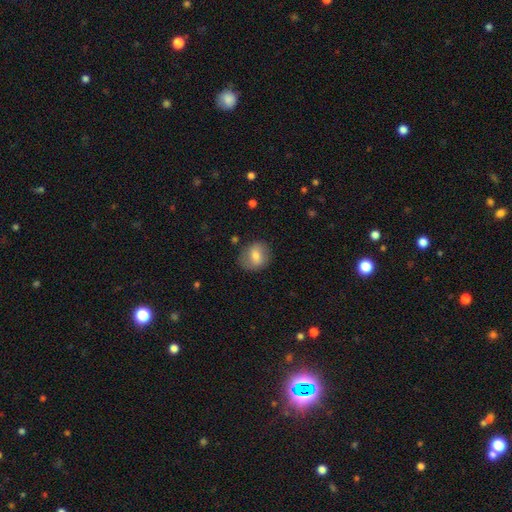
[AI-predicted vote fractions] A smooth galaxy with no disk features (71%) that is round (63%). Merging: none (79%).